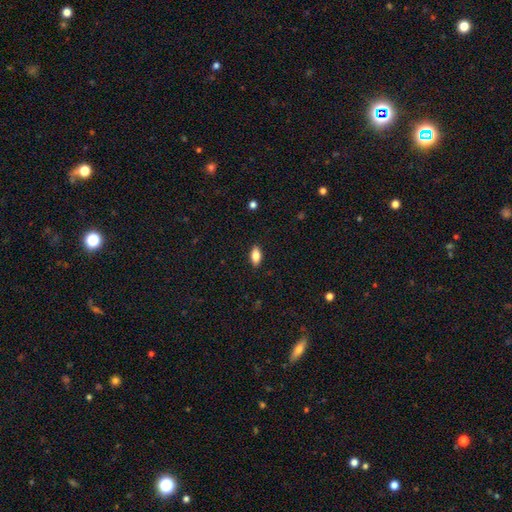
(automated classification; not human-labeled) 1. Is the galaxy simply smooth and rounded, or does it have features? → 82% smooth, 10% featured or disk, 8% star or artifact.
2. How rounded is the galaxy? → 88% in between, 8% cigar-shaped, 4% round.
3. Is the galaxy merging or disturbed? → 88% none, 9% minor disturbance, 2% major disturbance, 1% merger.